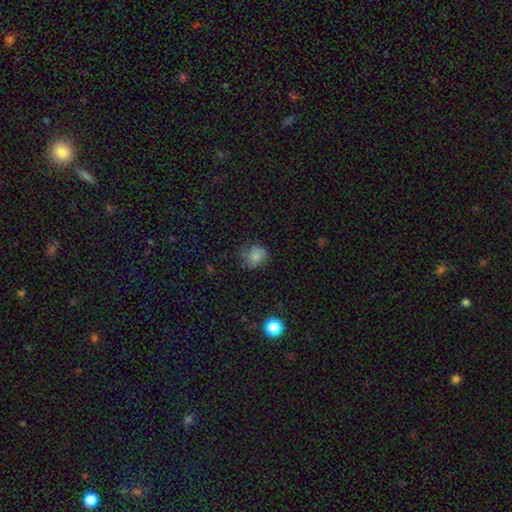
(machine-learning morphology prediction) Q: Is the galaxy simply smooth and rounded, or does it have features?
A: smooth — 78%.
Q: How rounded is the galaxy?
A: round — 79%.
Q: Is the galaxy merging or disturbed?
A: none — 67%.